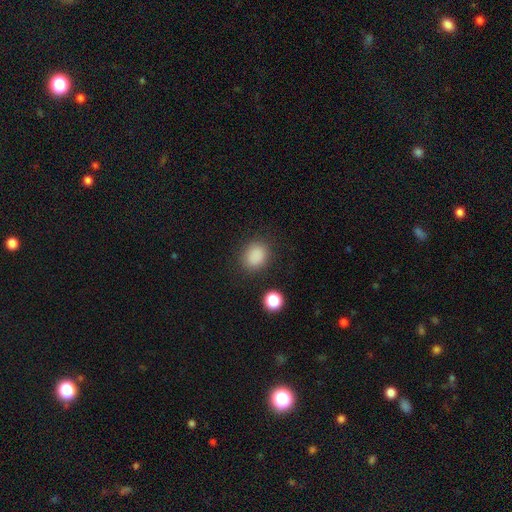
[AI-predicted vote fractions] A smooth galaxy with no disk features (86%) that is round (60%). Merging: none (84%).